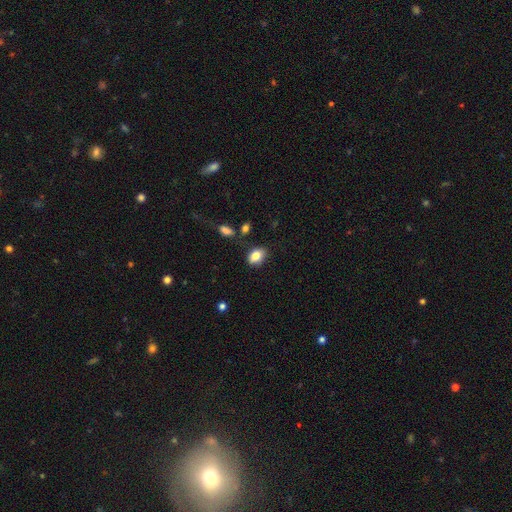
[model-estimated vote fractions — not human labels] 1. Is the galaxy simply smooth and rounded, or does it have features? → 82% smooth, 9% featured or disk, 8% star or artifact.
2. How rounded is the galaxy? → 80% in between, 18% round, 2% cigar-shaped.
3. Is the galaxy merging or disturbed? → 78% none, 14% minor disturbance, 4% merger, 4% major disturbance.